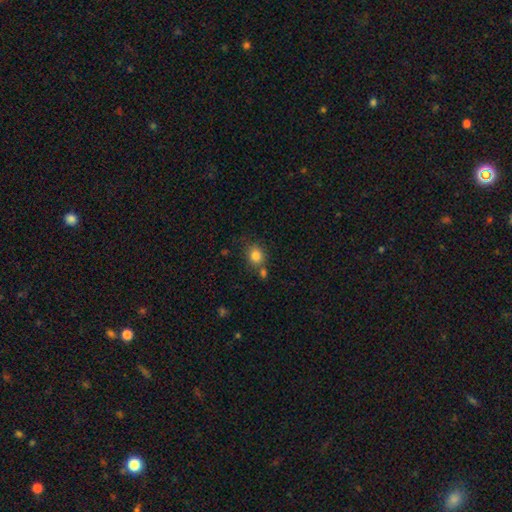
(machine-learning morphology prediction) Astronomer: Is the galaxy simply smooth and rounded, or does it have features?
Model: smooth — 82%.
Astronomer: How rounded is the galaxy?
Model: round — 71%.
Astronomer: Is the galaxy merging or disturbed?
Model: none — 68%.